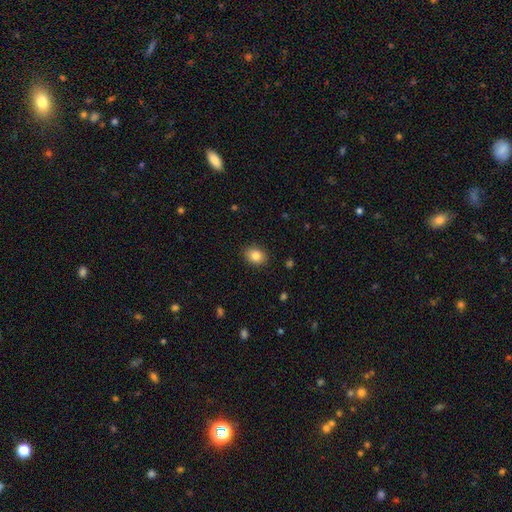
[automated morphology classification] Q: Smooth or featured?
A: smooth (84%); runner-up: star or artifact (9%)
Q: How rounded?
A: in between (59%); runner-up: round (40%)
Q: Merging?
A: none (89%); runner-up: minor disturbance (8%)